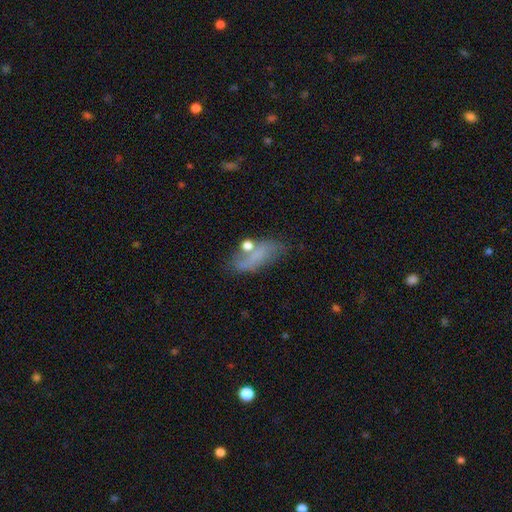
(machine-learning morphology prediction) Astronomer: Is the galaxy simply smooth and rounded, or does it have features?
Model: smooth — 56% (runner-up: featured or disk, 32%).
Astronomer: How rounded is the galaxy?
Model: in between — 74%.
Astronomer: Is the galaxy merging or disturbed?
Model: none — 49% (runner-up: minor disturbance, 25%).